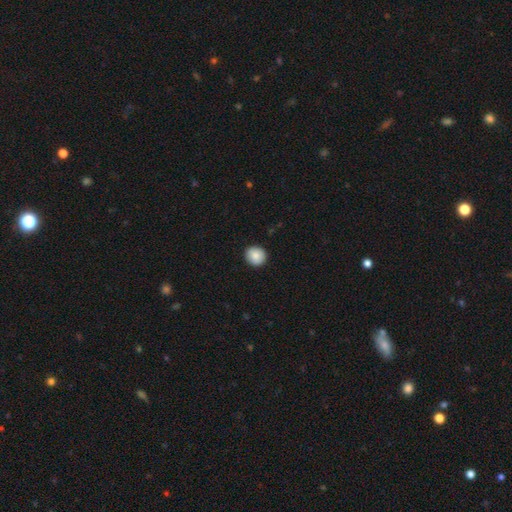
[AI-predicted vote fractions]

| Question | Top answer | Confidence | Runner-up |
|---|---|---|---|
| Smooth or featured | smooth | 88% | star or artifact (8%) |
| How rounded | round | 88% | in between (11%) |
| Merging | none | 91% | minor disturbance (6%) |